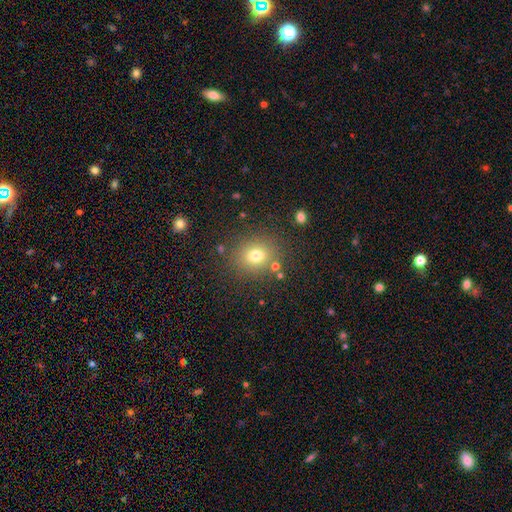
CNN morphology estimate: smooth 75%, star or artifact 16%, featured or disk 9%. Down the decision tree: how rounded — round (72%); merging — none (83%).